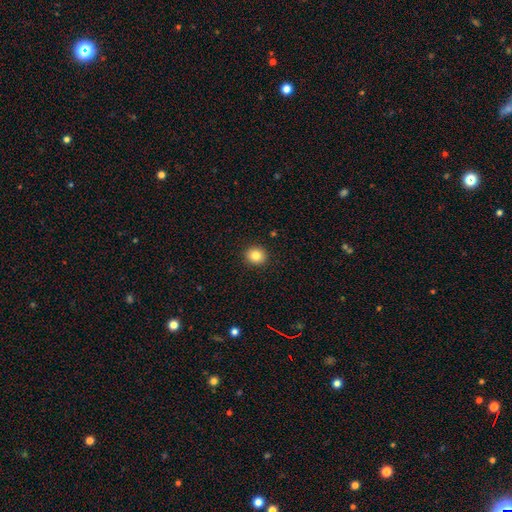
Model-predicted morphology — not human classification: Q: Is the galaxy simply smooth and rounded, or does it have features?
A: smooth — 84%.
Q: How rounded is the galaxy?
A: round — 87%.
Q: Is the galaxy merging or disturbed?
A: none — 92%.